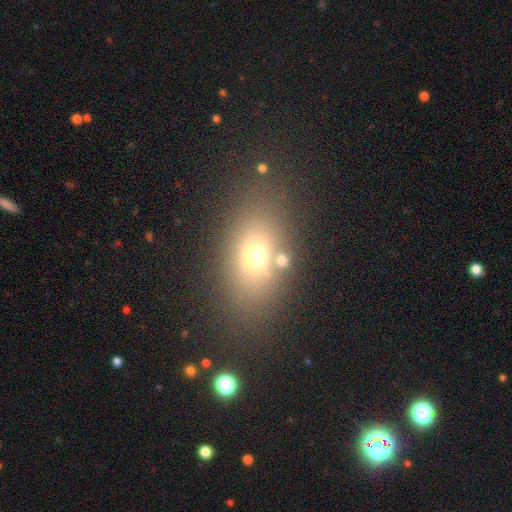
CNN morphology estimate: A smooth galaxy with no disk features (65%) that is in between round and cigar-shaped (72%). Merging: none (70%).